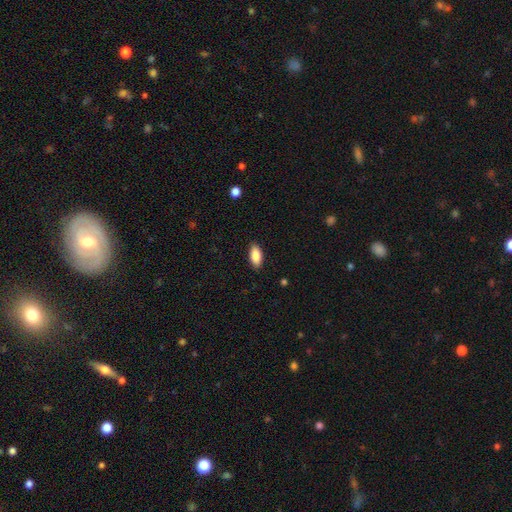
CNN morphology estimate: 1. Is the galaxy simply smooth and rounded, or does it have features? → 87% smooth, 7% star or artifact, 6% featured or disk.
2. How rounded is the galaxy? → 90% in between, 8% cigar-shaped, 2% round.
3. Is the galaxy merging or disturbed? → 89% none, 8% minor disturbance, 2% major disturbance, 1% merger.